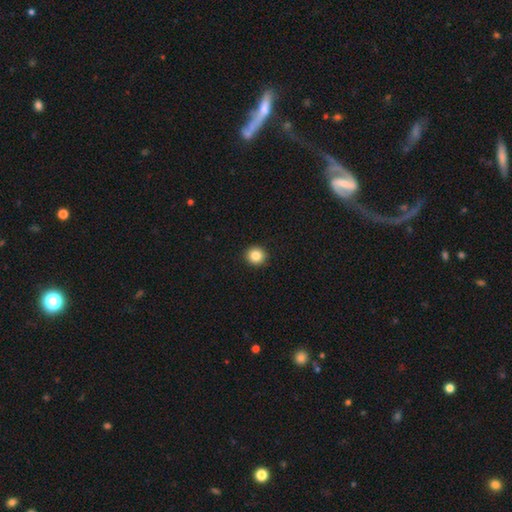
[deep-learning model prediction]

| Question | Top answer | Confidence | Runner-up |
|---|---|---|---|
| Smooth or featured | smooth | 84% | star or artifact (10%) |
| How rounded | round | 93% | in between (6%) |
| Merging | none | 93% | minor disturbance (4%) |